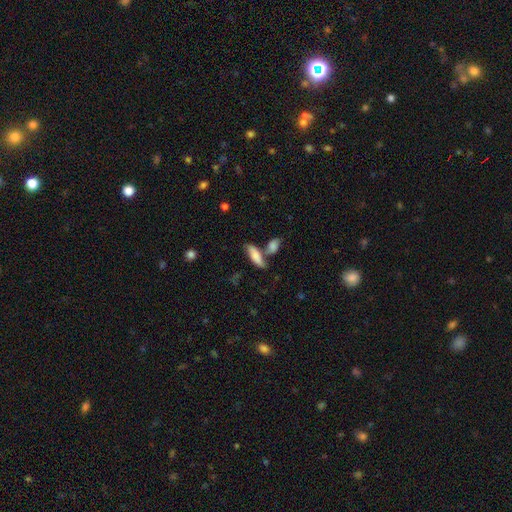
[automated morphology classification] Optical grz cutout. It shows a smooth galaxy with no disk features (69%) that is in between round and cigar-shaped (56%). Merging: none (50%).